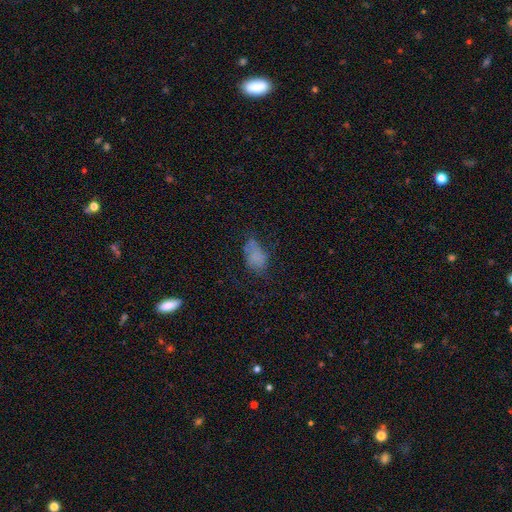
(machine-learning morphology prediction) The model was most divided on "merging": none: 43%, minor disturbance: 29%, major disturbance: 24%, merger: 4%. More confident: how rounded — in between (88%); smooth or featured — smooth (65%).